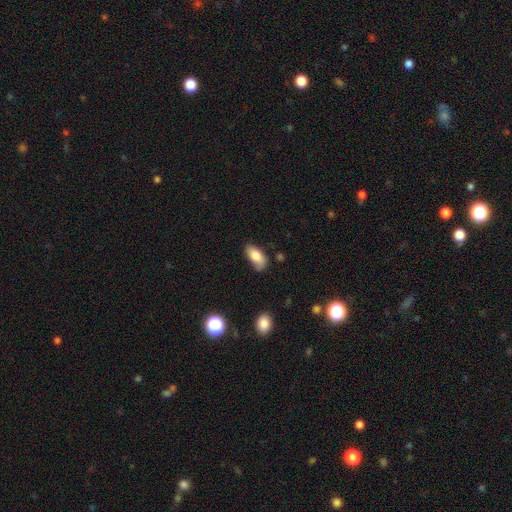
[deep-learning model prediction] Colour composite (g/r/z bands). It shows a smooth galaxy with no disk features (82%) that is in between round and cigar-shaped (92%). Merging: none (61%).